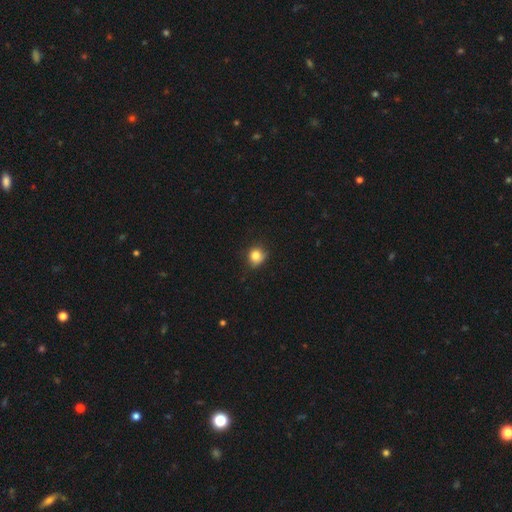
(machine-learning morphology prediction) Smooth or featured?
  - smooth: 80% *
  - star or artifact: 11%
  - featured or disk: 8%
How rounded?
  - round: 81% *
  - in between: 18%
  - cigar-shaped: 1%
Merging?
  - none: 72% *
  - minor disturbance: 23%
  - major disturbance: 5%
  - merger: 1%